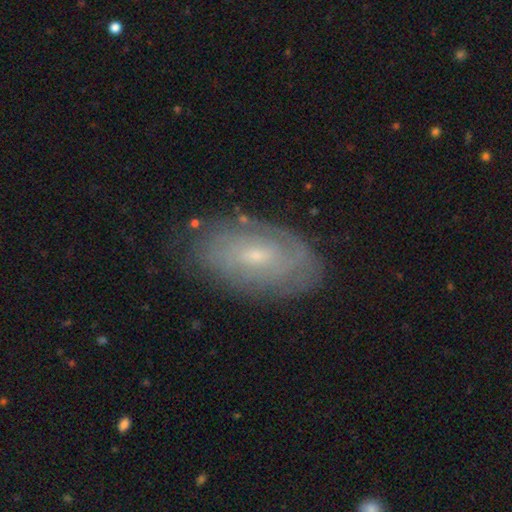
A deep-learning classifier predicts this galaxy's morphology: Smooth or featured? Predicted: featured or disk (p=0.67). Edge-on disk? Predicted: no (p=0.92). Bar? Predicted: no (p=0.56). Spiral arms? Predicted: yes (p=0.76). Bulge size? Predicted: small (p=0.66). Merging? Predicted: none (p=0.78).